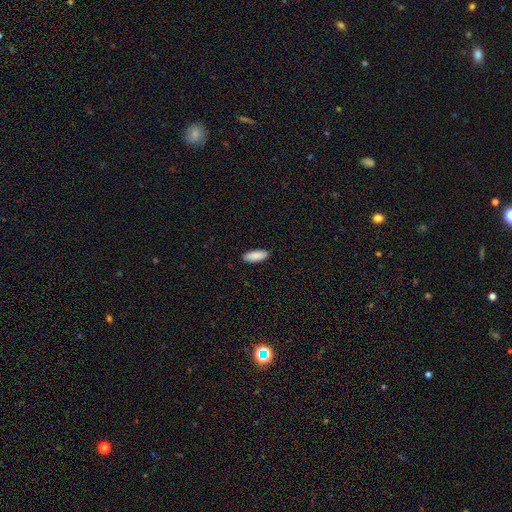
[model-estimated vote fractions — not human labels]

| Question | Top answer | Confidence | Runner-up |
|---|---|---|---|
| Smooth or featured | smooth | 91% | star or artifact (6%) |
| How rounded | in between | 81% | cigar-shaped (17%) |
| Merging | none | 90% | minor disturbance (8%) |